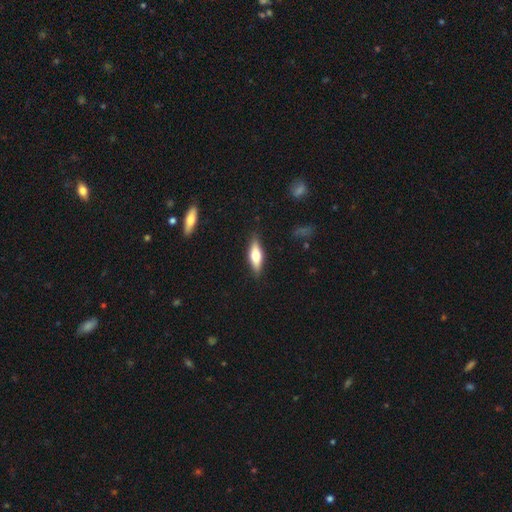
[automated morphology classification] This is possibly a smooth galaxy (57%). How rounded: possibly in between (49%, tied with cigar-shaped). Merging: clearly none (87%).